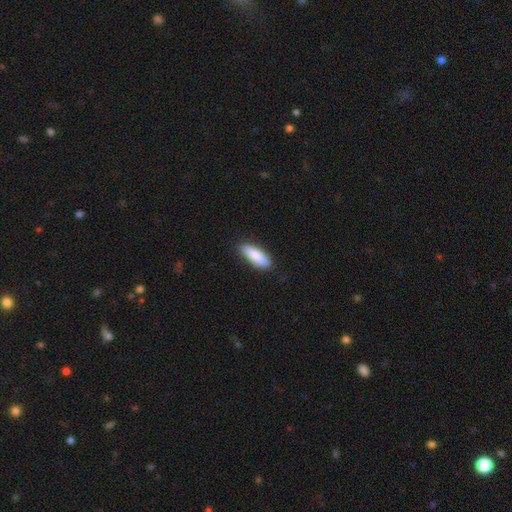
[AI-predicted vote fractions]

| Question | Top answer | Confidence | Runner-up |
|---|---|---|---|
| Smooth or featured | smooth | 85% | featured or disk (10%) |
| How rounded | in between | 58% | cigar-shaped (40%) |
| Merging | none | 85% | minor disturbance (12%) |